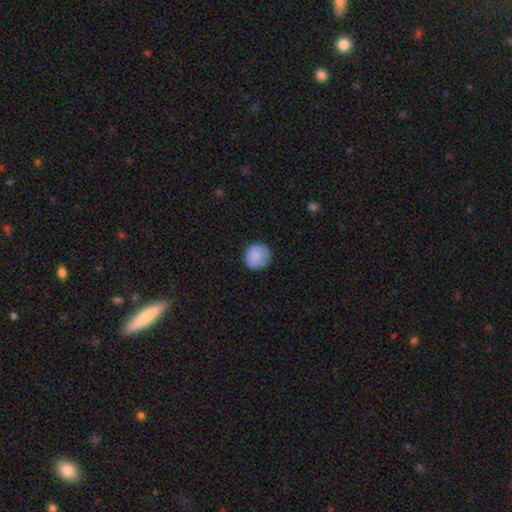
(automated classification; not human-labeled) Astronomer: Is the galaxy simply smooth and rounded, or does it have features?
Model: smooth — 85%.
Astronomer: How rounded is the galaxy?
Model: round — 93%.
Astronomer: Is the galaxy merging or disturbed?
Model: none — 83%.